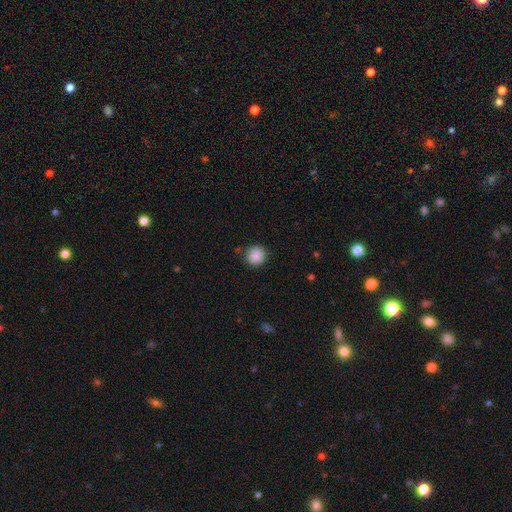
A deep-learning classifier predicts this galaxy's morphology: smooth-or-featured: smooth: 89% | star or artifact: 9% | featured or disk: 3%
  how-rounded: round: 94% | in between: 5% | cigar-shaped: 1%
  merging: none: 88% | minor disturbance: 8% | major disturbance: 2% | merger: 1%